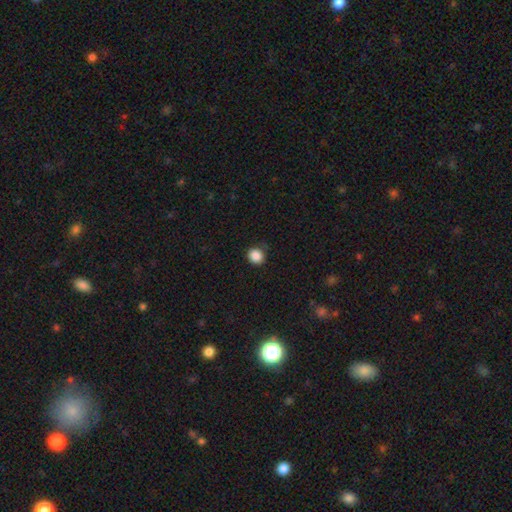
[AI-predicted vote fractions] Overall: smooth (86%). How rounded: round (86%). Merging: none (85%).